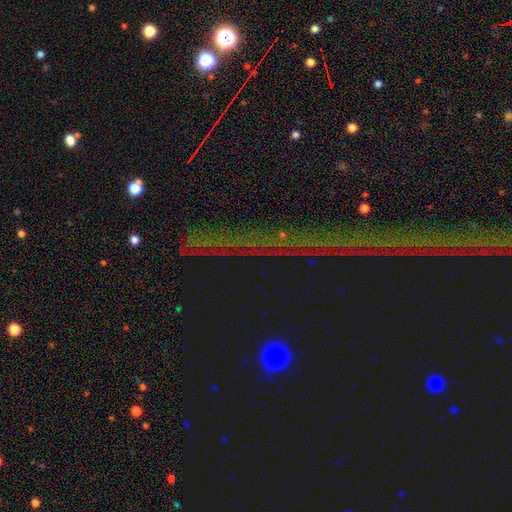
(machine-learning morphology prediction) Smooth or featured? star or artifact (84%)